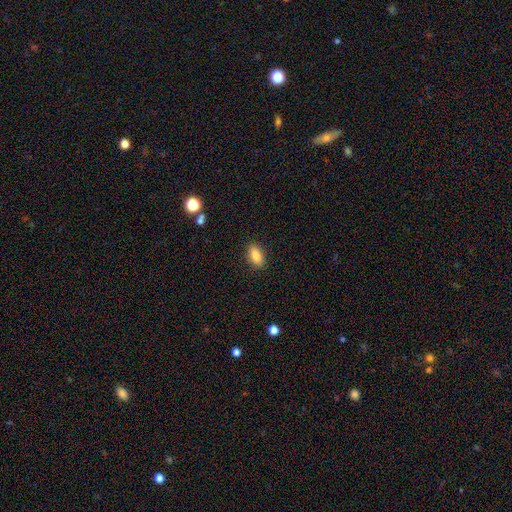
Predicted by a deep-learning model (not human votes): A smooth galaxy with no disk features (85%) that is in between round and cigar-shaped (88%).

Vote fractions:
- Smooth or featured? smooth: 85% / star or artifact: 8% / featured or disk: 7%
- How rounded? in between: 88% / cigar-shaped: 7% / round: 5%
- Merging? none: 89% / minor disturbance: 8% / major disturbance: 2% / merger: 1%